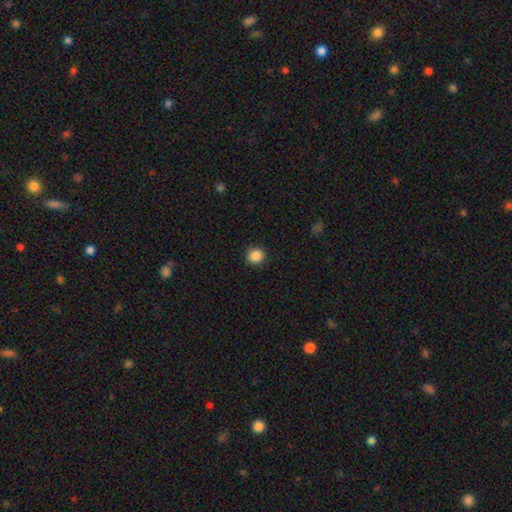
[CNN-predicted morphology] Smooth or featured? Predicted: smooth (p=0.87). How rounded? Predicted: round (p=0.94). Merging? Predicted: none (p=0.92).